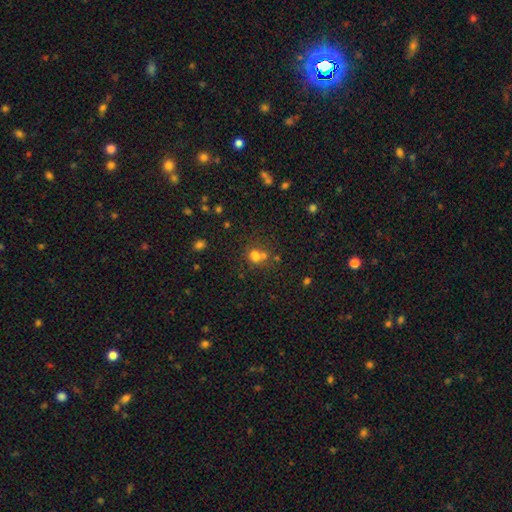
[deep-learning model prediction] Smooth or featured? Predicted: smooth (p=0.69). How rounded? Predicted: round (p=0.71). Merging? Predicted: merger (p=0.43).